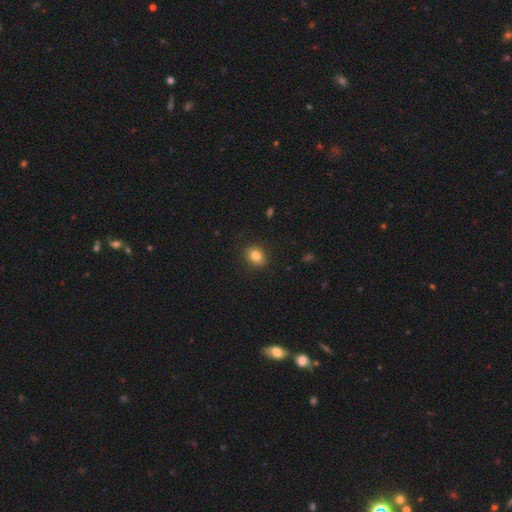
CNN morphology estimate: Smooth or featured: smooth — 82% (star or artifact — 11%)
How rounded: round — 54% (in between — 45%)
Merging: none — 88% (minor disturbance — 9%)